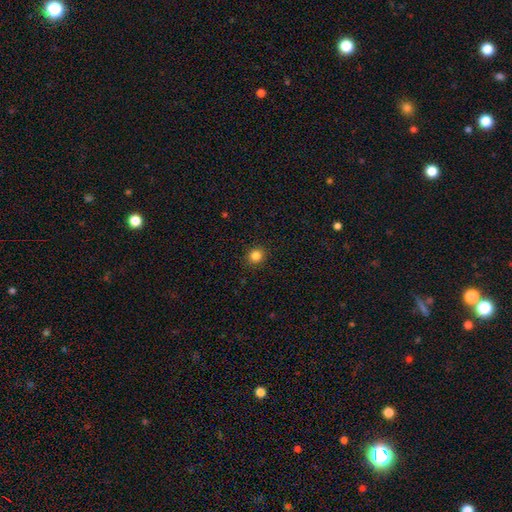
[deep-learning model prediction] Smooth or featured? Predicted: smooth (p=0.84). How rounded? Predicted: round (p=0.88). Merging? Predicted: none (p=0.91).